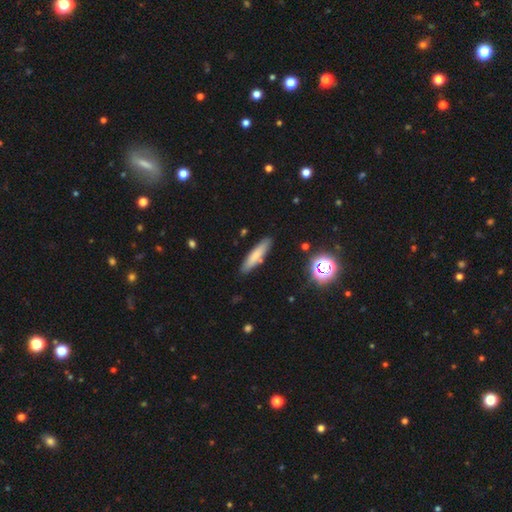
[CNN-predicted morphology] type=smooth (74%); roundness=cigar-shaped (79%); merging=none (85%).